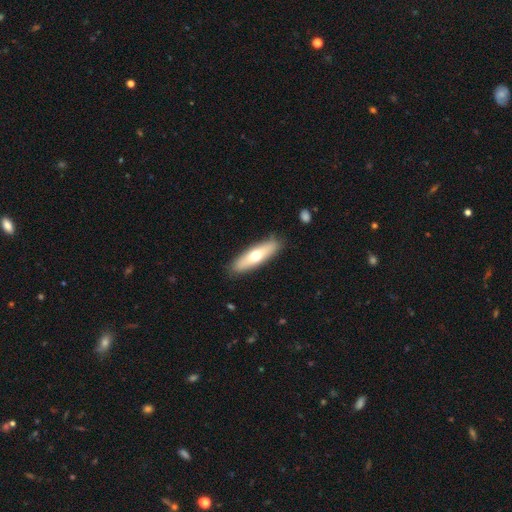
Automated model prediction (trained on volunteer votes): smooth_or_featured: smooth (p=0.57) [alt: featured or disk p=0.38]
how_rounded: cigar-shaped (p=0.61) [alt: in between p=0.37]
merging: none (p=0.88) [alt: minor disturbance p=0.09]